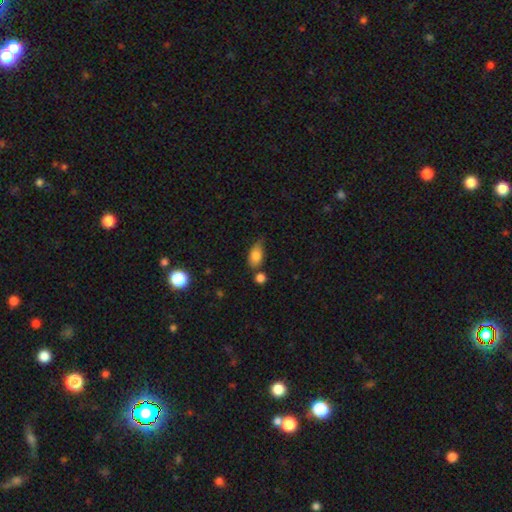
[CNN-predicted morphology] Smooth or featured: smooth — 81% (featured or disk — 10%)
How rounded: in between — 85% (round — 9%)
Merging: none — 50% (minor disturbance — 31%)